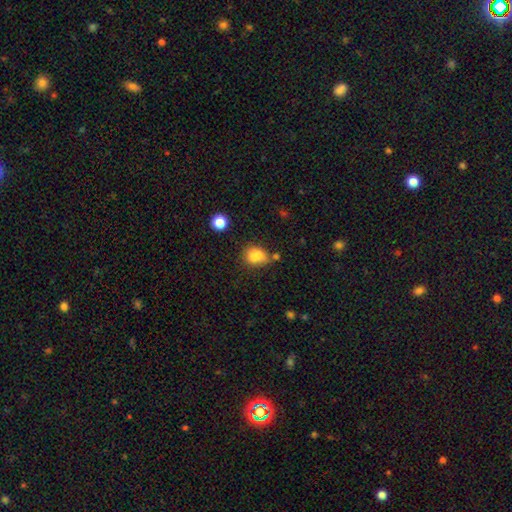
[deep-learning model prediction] A smooth galaxy with no disk features (77%) that is in between round and cigar-shaped (56%).

Vote fractions:
- Smooth or featured? smooth: 77% / star or artifact: 12% / featured or disk: 11%
- How rounded? in between: 56% / round: 42% / cigar-shaped: 2%
- Merging? none: 42% / minor disturbance: 25% / merger: 23% / major disturbance: 10%